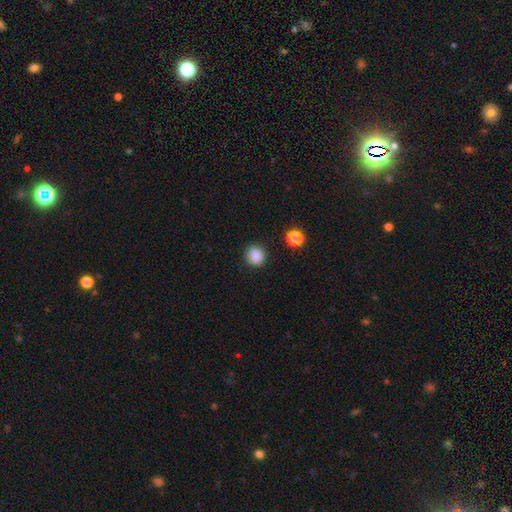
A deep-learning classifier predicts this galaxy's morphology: This appears to be a smooth galaxy with no disk features (86%) that is round (82%). Merging: none (86%).